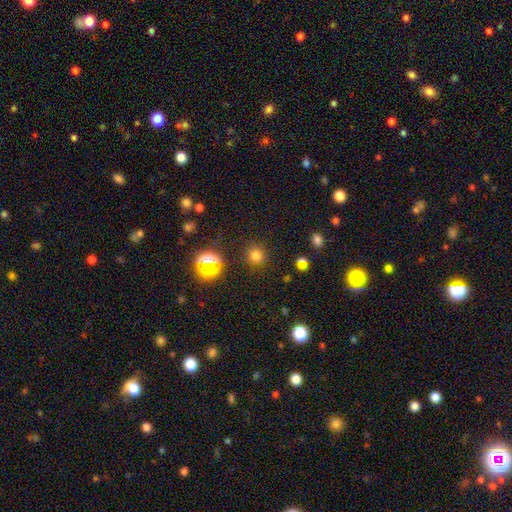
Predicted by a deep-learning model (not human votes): A smooth galaxy with no disk features (71%) that is round (89%). Merging: none (86%).